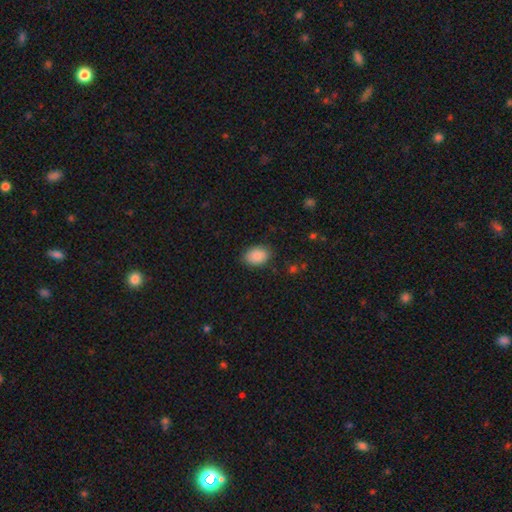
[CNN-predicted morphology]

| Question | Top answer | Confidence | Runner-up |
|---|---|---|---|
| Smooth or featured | smooth | 88% | star or artifact (7%) |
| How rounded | in between | 81% | round (18%) |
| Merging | none | 85% | minor disturbance (11%) |